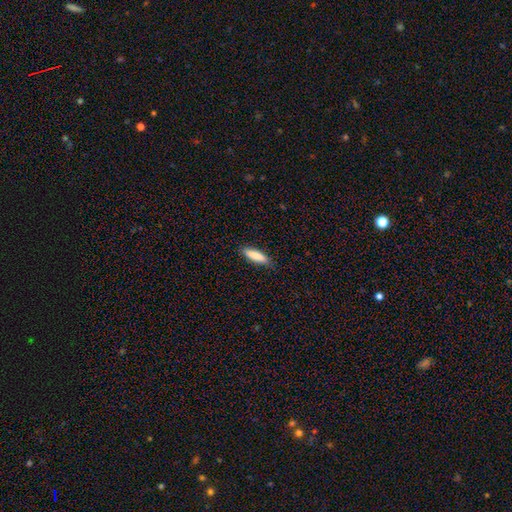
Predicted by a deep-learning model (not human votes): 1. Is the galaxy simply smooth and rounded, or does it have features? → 86% smooth, 8% featured or disk, 6% star or artifact.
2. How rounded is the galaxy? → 61% cigar-shaped, 37% in between, 1% round.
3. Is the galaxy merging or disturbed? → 86% none, 11% minor disturbance, 2% major disturbance, 1% merger.